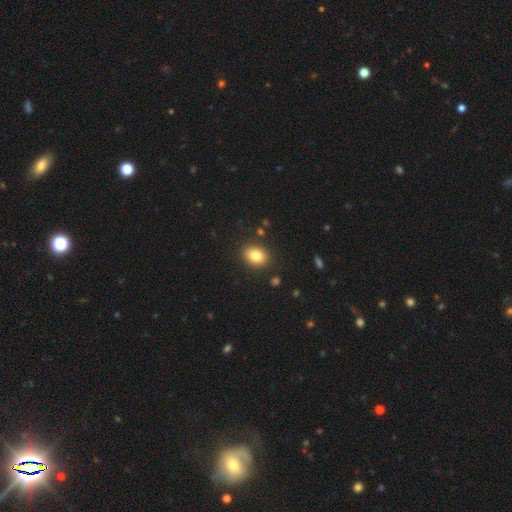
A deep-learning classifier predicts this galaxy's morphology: This is clearly a smooth galaxy (83%). How rounded: possibly in between (57%). Merging: clearly none (88%).